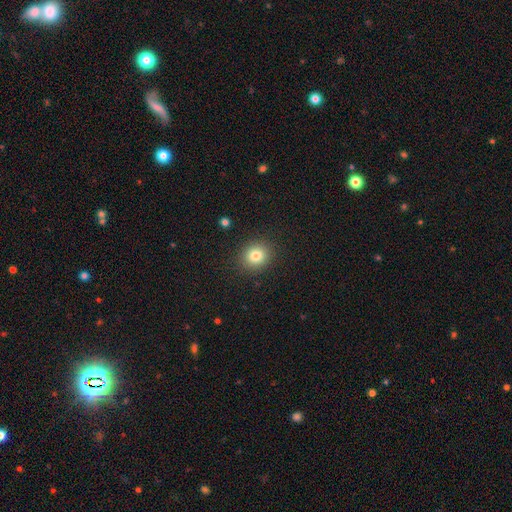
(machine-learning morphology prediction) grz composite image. It shows a smooth galaxy with no disk features (81%) that is round (77%). Merging: none (88%).